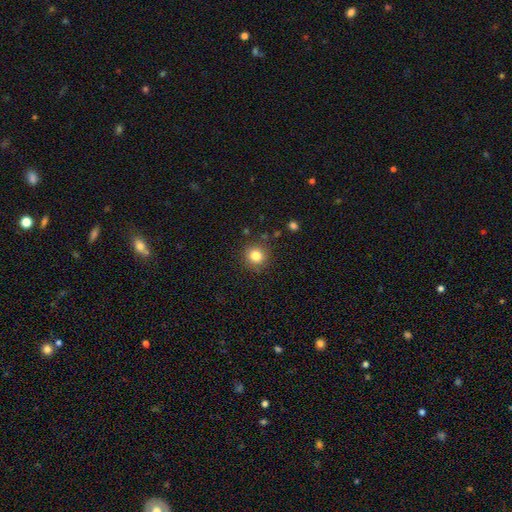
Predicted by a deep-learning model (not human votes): smooth 81%, star or artifact 12%, featured or disk 7%. Down the decision tree: how rounded — round (92%); merging — none (88%).